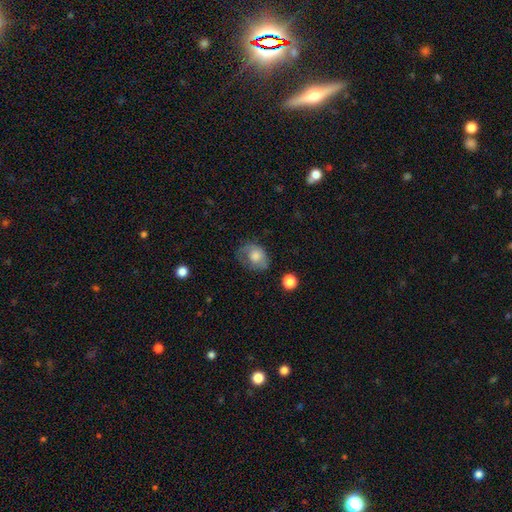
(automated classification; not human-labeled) A smooth galaxy with no disk features (64%) that is in between round and cigar-shaped (60%).

Vote fractions:
- Smooth or featured? smooth: 64% / featured or disk: 27% / star or artifact: 9%
- How rounded? in between: 60% / round: 39% / cigar-shaped: 1%
- Merging? none: 52% / minor disturbance: 29% / major disturbance: 17% / merger: 2%